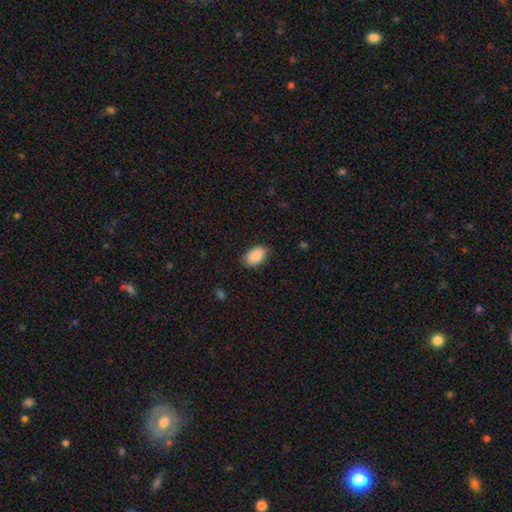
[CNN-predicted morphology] type=smooth (90%); roundness=in between (91%); merging=none (84%).